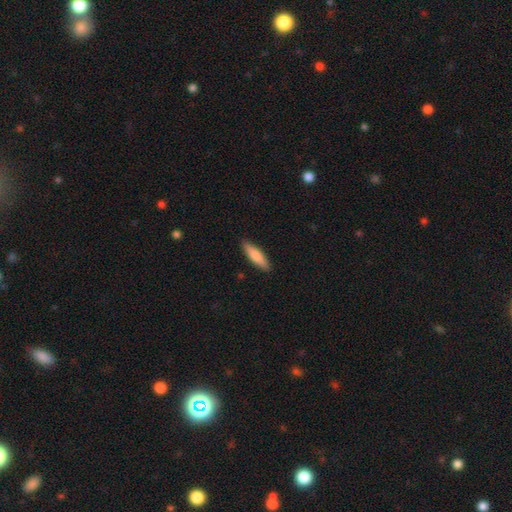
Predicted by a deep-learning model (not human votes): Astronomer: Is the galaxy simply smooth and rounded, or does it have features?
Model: smooth — 80%.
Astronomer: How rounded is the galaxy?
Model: cigar-shaped — 69%.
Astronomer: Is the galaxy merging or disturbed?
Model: none — 90%.